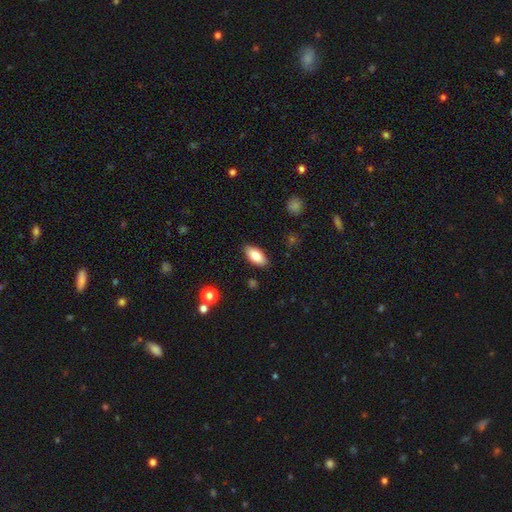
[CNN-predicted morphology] The model was most divided on "smooth or featured": smooth: 81%, featured or disk: 12%, star or artifact: 7%. More confident: how rounded — in between (89%); merging — none (87%).